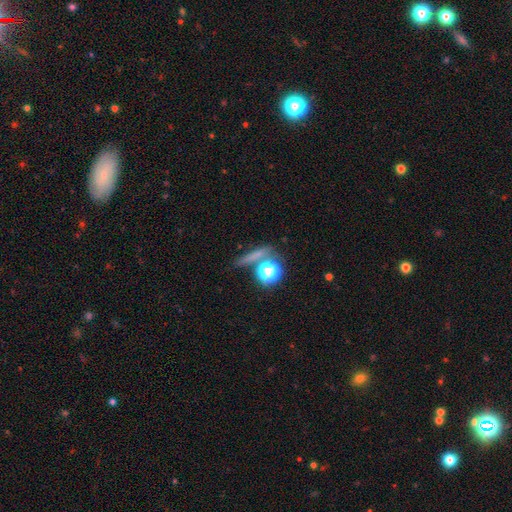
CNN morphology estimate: smooth_or_featured: smooth (p=0.58) [alt: star or artifact p=0.23]
how_rounded: cigar-shaped (p=0.44) [alt: round p=0.39]
merging: none (p=0.68) [alt: merger p=0.15]